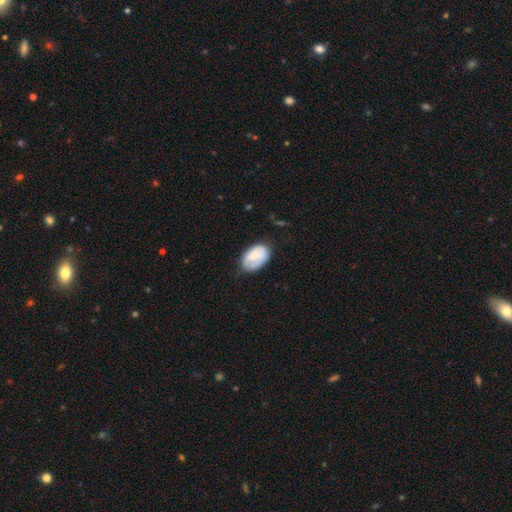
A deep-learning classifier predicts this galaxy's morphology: Overall: smooth (67%). How rounded: in between (89%). Merging: none (64%; minor disturbance 28%).